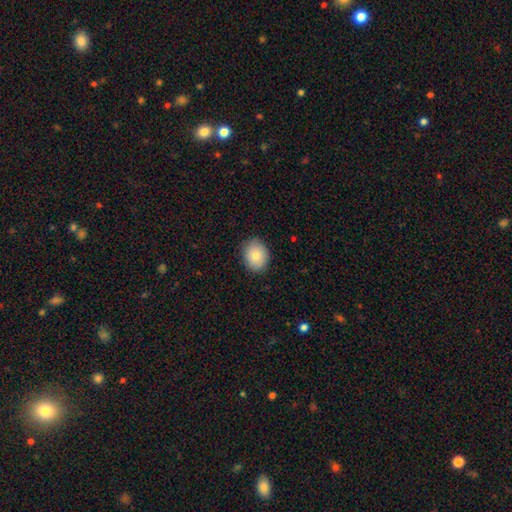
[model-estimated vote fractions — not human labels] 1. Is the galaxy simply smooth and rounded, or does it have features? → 82% smooth, 10% featured or disk, 8% star or artifact.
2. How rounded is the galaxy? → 54% round, 46% in between, 1% cigar-shaped.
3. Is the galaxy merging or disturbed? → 86% none, 11% minor disturbance, 2% major disturbance, 1% merger.